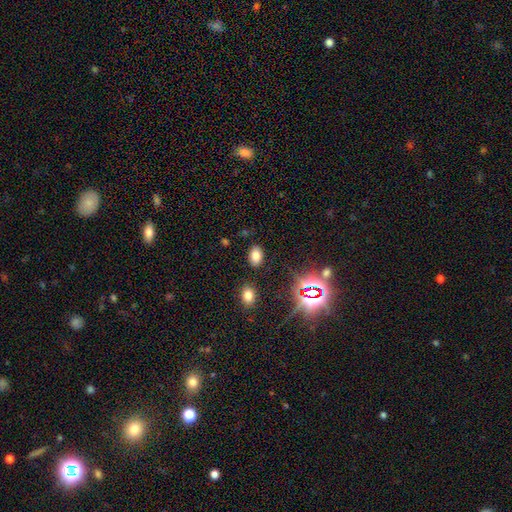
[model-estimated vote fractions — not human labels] This appears to be a smooth galaxy with no disk features (73%) that is in between round and cigar-shaped (87%). Merging: none (85%).